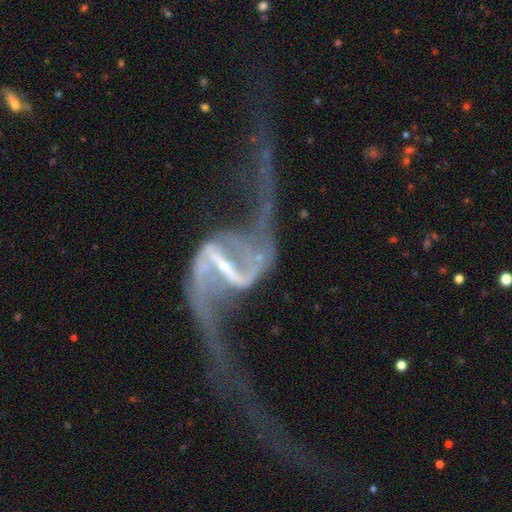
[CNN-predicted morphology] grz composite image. It shows a featured or disk galaxy (92%) with a strong bar (74%), 2 (94%) loose (86%) spiral arms (96%) and a small central bulge (75%). Merging: none (43%).